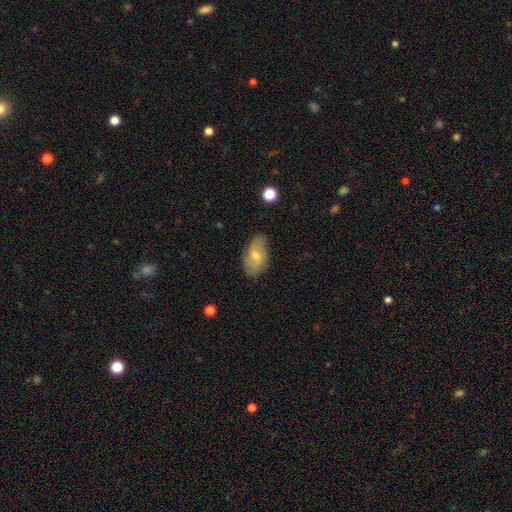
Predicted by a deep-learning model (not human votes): smooth_or_featured: featured or disk (p=0.50) [alt: smooth p=0.41]
disk_edge_on: no (p=0.93) [alt: yes p=0.07]
merging: none (p=0.72) [alt: minor disturbance p=0.22]